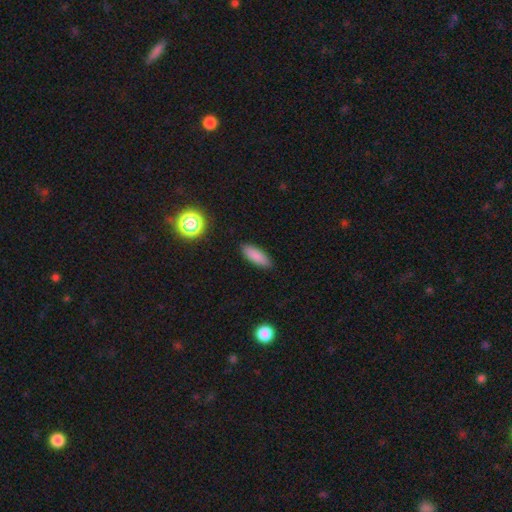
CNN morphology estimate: Smooth or featured? Predicted: smooth (p=0.86). How rounded? Predicted: in between (p=0.65). Merging? Predicted: none (p=0.89).